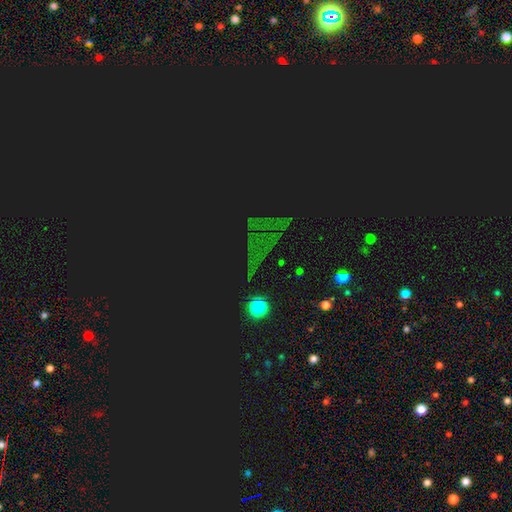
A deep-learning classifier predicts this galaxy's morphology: Overall: star or artifact (72%).